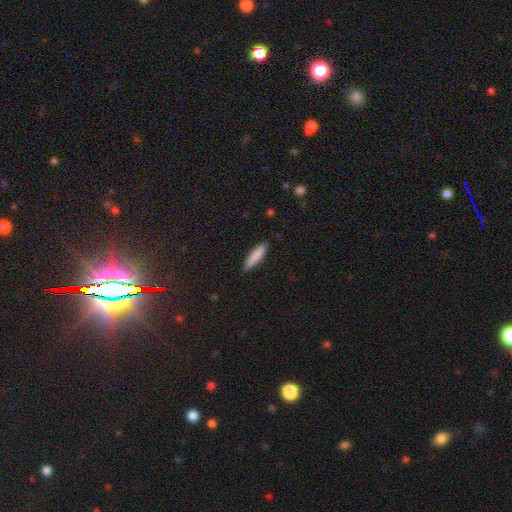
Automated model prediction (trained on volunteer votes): smooth_or_featured: smooth (p=0.86) [alt: featured or disk p=0.08]
how_rounded: cigar-shaped (p=0.72) [alt: in between p=0.27]
merging: none (p=0.87) [alt: minor disturbance p=0.10]